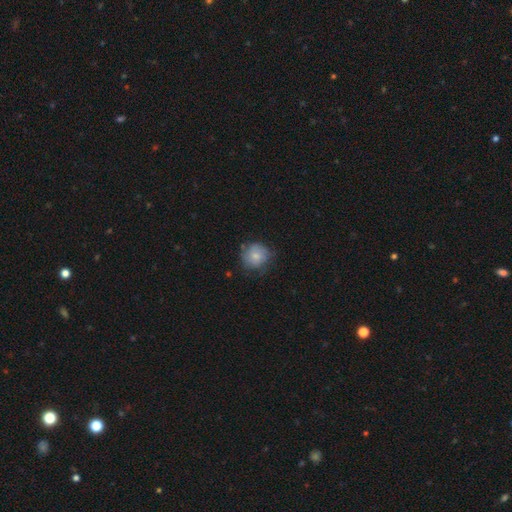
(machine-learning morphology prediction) smooth-or-featured: smooth: 69% | featured or disk: 23% | star or artifact: 8%
  how-rounded: round: 87% | in between: 12% | cigar-shaped: 1%
  merging: none: 64% | minor disturbance: 26% | major disturbance: 9% | merger: 2%